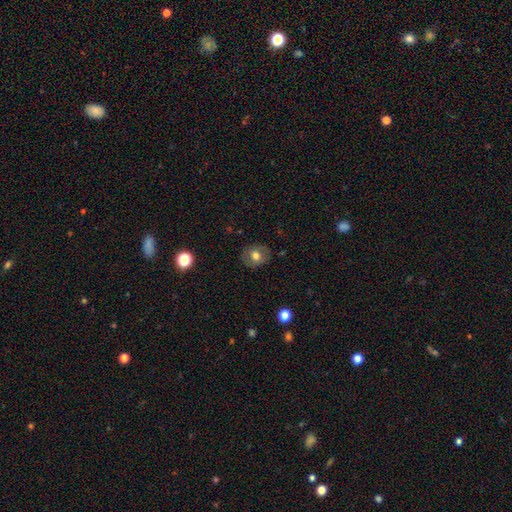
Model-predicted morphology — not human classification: Smooth or featured?
  - smooth: 68% *
  - featured or disk: 23%
  - star or artifact: 9%
How rounded?
  - round: 64% *
  - in between: 35%
  - cigar-shaped: 1%
Merging?
  - none: 84% *
  - minor disturbance: 12%
  - major disturbance: 4%
  - merger: 1%